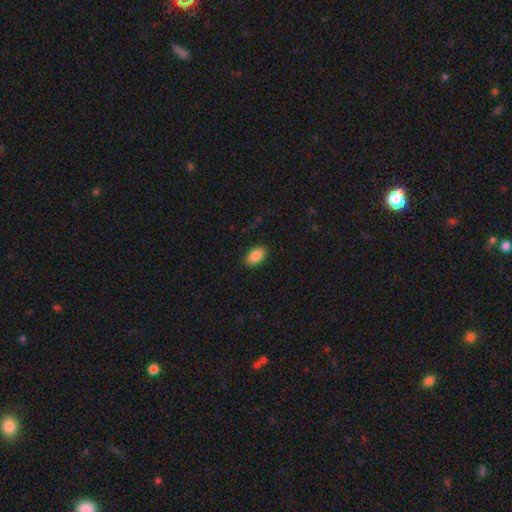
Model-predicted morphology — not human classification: Smooth or featured? Predicted: smooth (p=0.88). How rounded? Predicted: in between (p=0.92). Merging? Predicted: none (p=0.87).